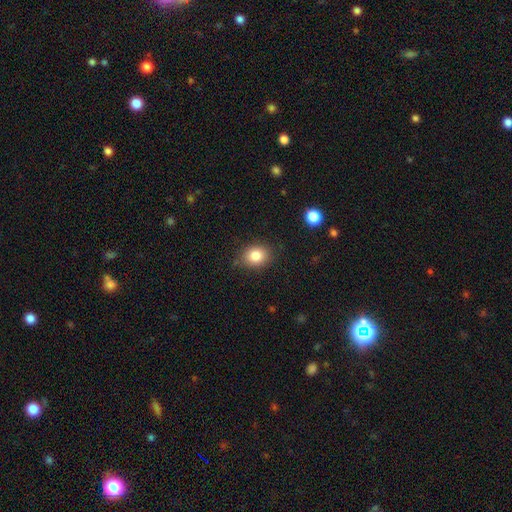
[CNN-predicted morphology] type=smooth (83%); roundness=round (50%); merging=none (82%).